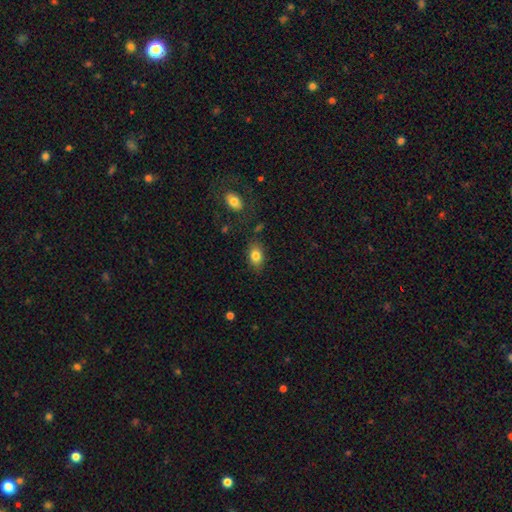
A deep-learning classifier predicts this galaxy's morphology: A smooth galaxy with no disk features (82%) that is in between round and cigar-shaped (82%).

Vote fractions:
- Smooth or featured? smooth: 82% / featured or disk: 9% / star or artifact: 9%
- How rounded? in between: 82% / round: 17% / cigar-shaped: 2%
- Merging? none: 80% / minor disturbance: 13% / major disturbance: 4% / merger: 3%